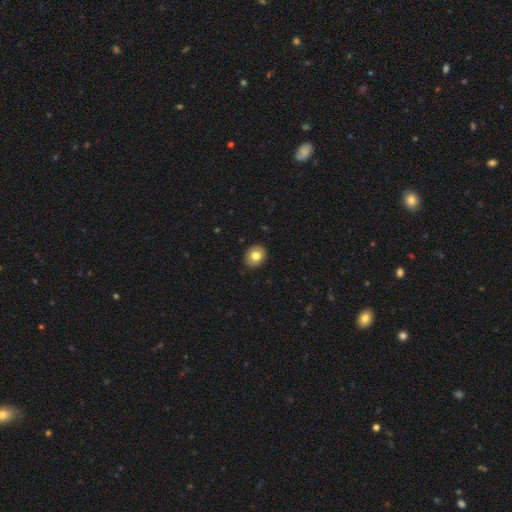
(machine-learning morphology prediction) Smooth or featured? smooth (79%)
How rounded? round (57%)
Merging? none (90%)